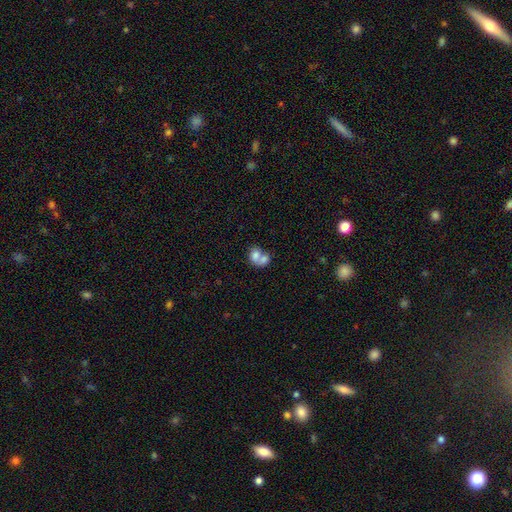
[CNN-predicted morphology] Q: Smooth or featured?
A: smooth (72%); runner-up: featured or disk (20%)
Q: How rounded?
A: in between (57%); runner-up: round (42%)
Q: Merging?
A: merger (74%); runner-up: none (16%)